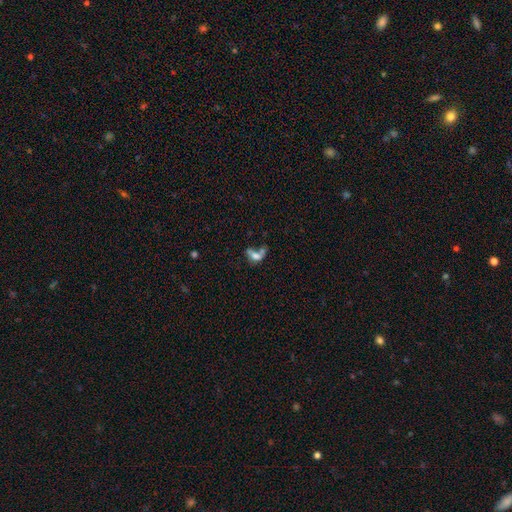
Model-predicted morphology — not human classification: type=smooth (59%); roundness=in between (74%); merging=merger (50%).